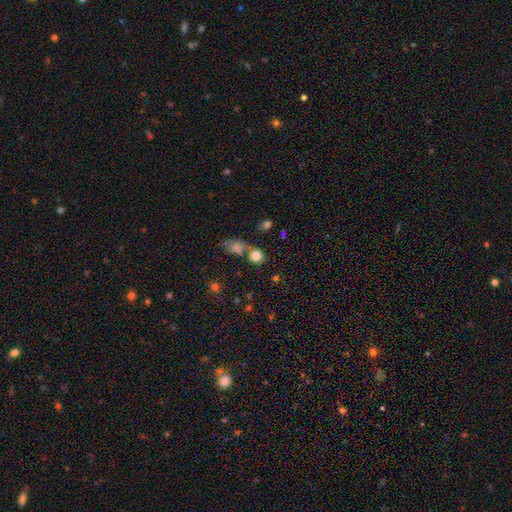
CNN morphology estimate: type=smooth (80%); roundness=round (82%); merging=none (63%).